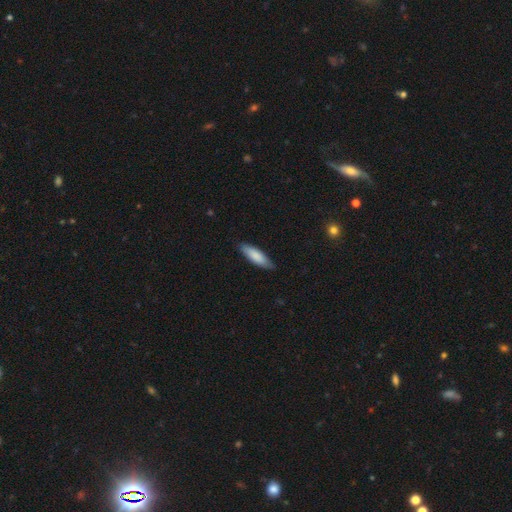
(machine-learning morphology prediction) smooth_or_featured: smooth (p=0.84) [alt: featured or disk p=0.11]
how_rounded: cigar-shaped (p=0.51) [alt: in between p=0.48]
merging: none (p=0.82) [alt: minor disturbance p=0.15]